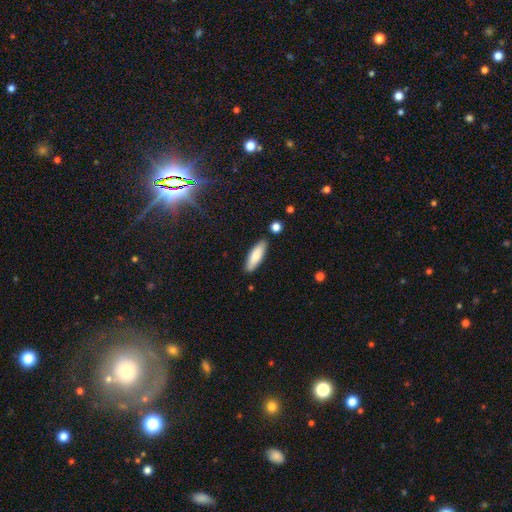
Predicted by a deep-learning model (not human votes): Smooth or featured?
  - smooth: 81% *
  - featured or disk: 14%
  - star or artifact: 6%
How rounded?
  - cigar-shaped: 52% *
  - in between: 47%
  - round: 2%
Merging?
  - none: 86% *
  - minor disturbance: 9%
  - merger: 3%
  - major disturbance: 2%